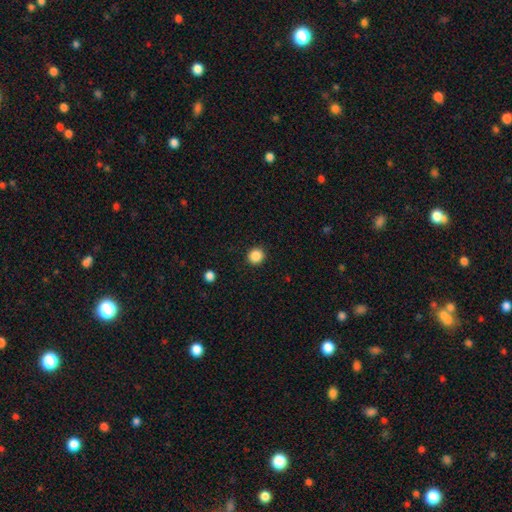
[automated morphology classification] This is clearly a smooth galaxy (87%). How rounded: clearly round (91%). Merging: clearly none (91%).